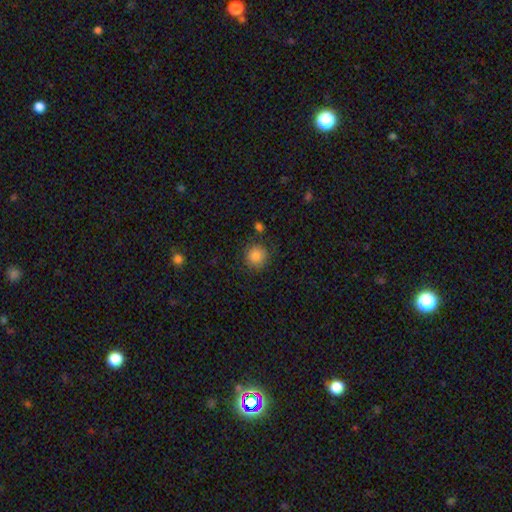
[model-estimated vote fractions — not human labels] Smooth or featured: smooth — 86% (star or artifact — 10%)
How rounded: round — 92% (in between — 7%)
Merging: none — 85% (minor disturbance — 9%)